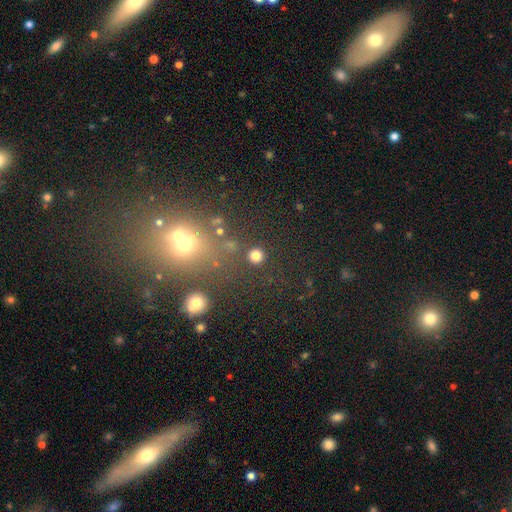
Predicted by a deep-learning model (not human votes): smooth-or-featured: smooth: 80% | star or artifact: 15% | featured or disk: 5%
  how-rounded: round: 93% | in between: 6% | cigar-shaped: 1%
  merging: none: 87% | minor disturbance: 6% | merger: 4% | major disturbance: 3%